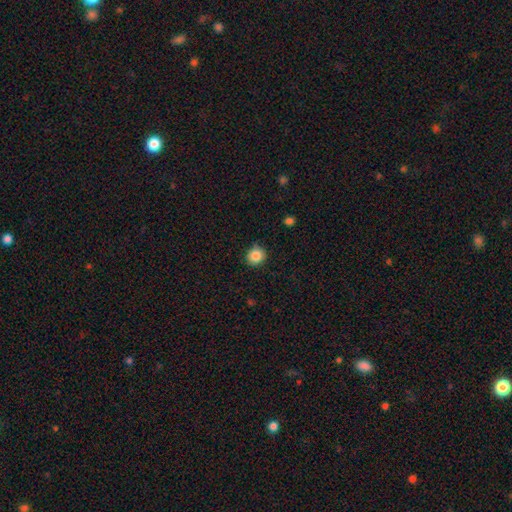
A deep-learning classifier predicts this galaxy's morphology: smooth_or_featured: smooth (p=0.85) [alt: star or artifact p=0.10]
how_rounded: round (p=0.89) [alt: in between p=0.11]
merging: none (p=0.82) [alt: minor disturbance p=0.14]